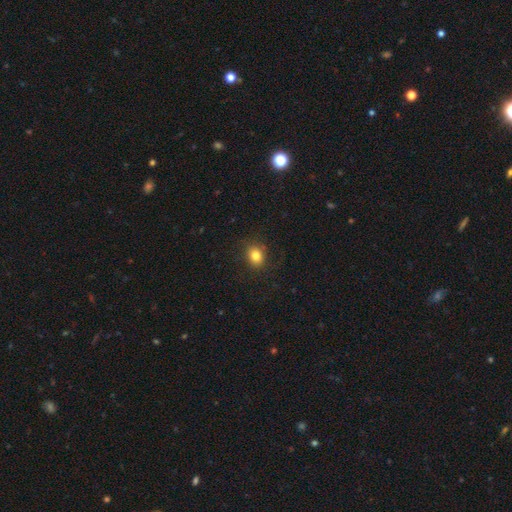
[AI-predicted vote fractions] Overall: smooth (81%). How rounded: round (65%; in between 34%). Merging: none (85%).